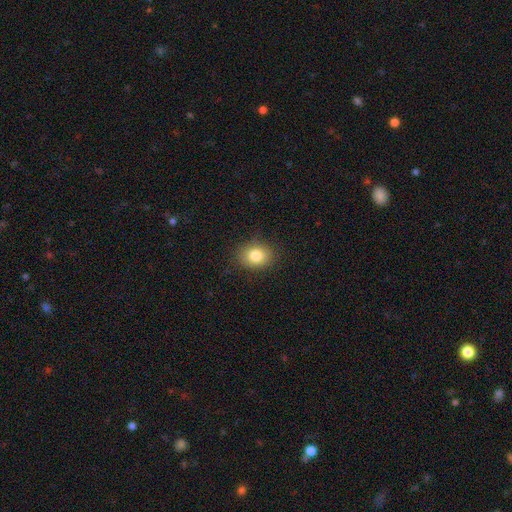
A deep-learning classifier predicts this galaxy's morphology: Smooth or featured?
  - smooth: 83% *
  - star or artifact: 9%
  - featured or disk: 8%
How rounded?
  - in between: 55% *
  - round: 44%
  - cigar-shaped: 1%
Merging?
  - none: 86% *
  - minor disturbance: 10%
  - major disturbance: 3%
  - merger: 1%